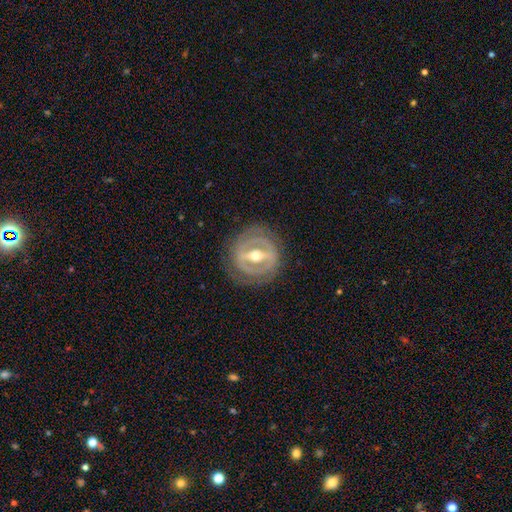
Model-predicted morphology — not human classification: The model was most divided on "spiral arms": no: 59%, yes: 41%. More confident: edge-on disk — no (90%); smooth or featured — featured or disk (83%); merging — none (81%); bulge size — moderate (76%); bar — strong (72%).